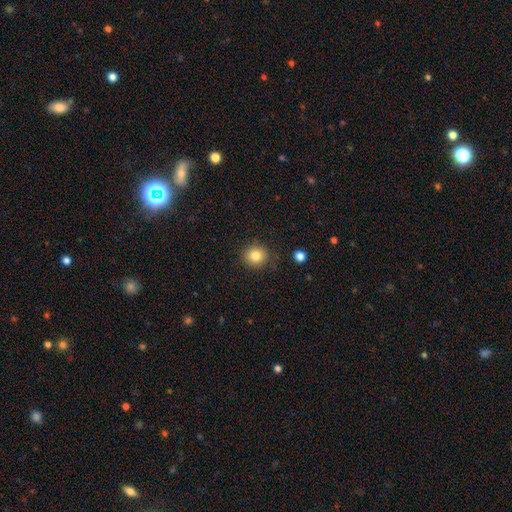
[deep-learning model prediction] smooth-or-featured: smooth: 82% | star or artifact: 11% | featured or disk: 7%
  how-rounded: round: 88% | in between: 11% | cigar-shaped: 1%
  merging: none: 87% | minor disturbance: 9% | major disturbance: 2% | merger: 2%